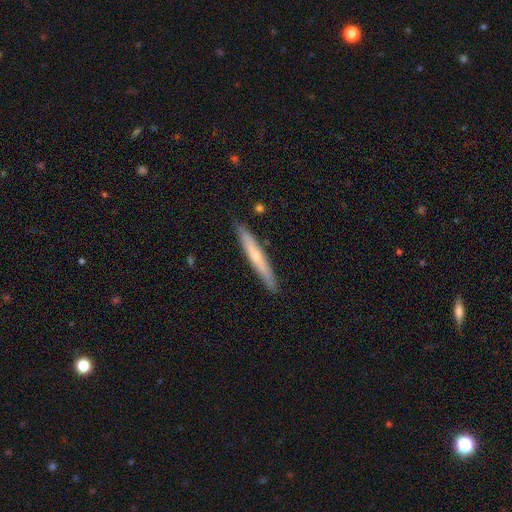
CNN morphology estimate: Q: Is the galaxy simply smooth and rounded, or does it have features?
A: smooth — 48%.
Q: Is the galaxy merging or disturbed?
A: none — 88%.